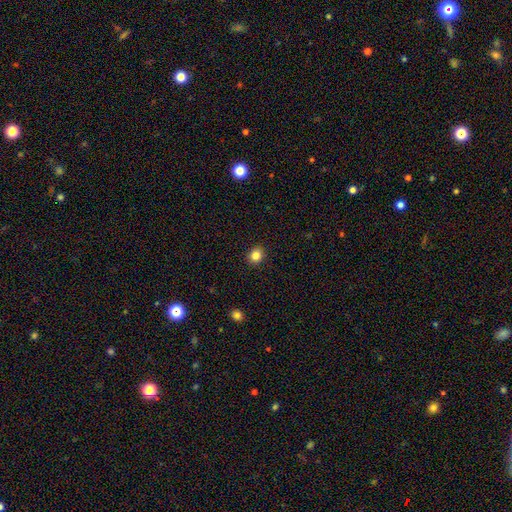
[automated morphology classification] smooth 84%, star or artifact 11%, featured or disk 5%. Down the decision tree: how rounded — round (72%); merging — none (91%).